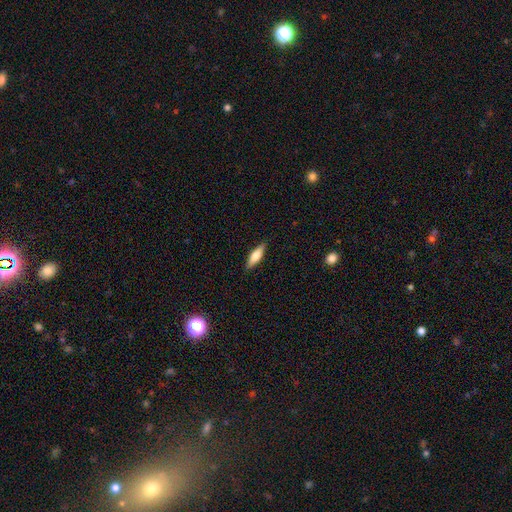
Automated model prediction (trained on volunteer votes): smooth-or-featured: smooth: 65% | featured or disk: 28% | star or artifact: 6%
  how-rounded: cigar-shaped: 56% | in between: 42% | round: 2%
  merging: none: 88% | minor disturbance: 9% | major disturbance: 2% | merger: 1%